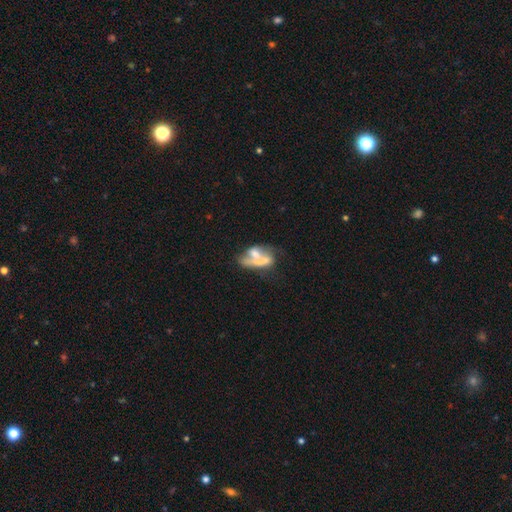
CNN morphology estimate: Smooth or featured? Predicted: smooth (p=0.48). Merging? Predicted: merger (p=0.57).